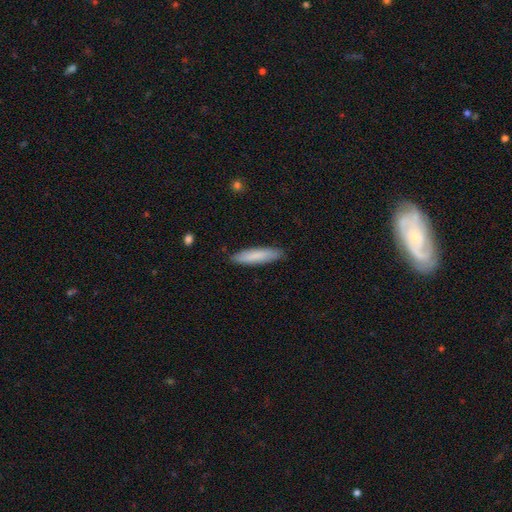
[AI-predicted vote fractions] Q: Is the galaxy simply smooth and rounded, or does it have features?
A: smooth — 80%.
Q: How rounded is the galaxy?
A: cigar-shaped — 83%.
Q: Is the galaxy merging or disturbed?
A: none — 88%.